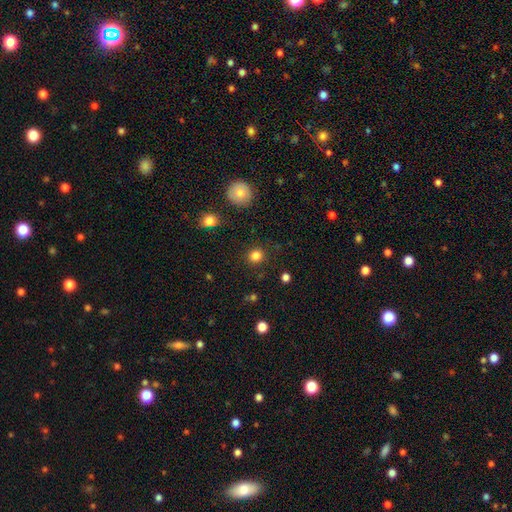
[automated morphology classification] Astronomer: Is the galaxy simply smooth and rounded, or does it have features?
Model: smooth — 83%.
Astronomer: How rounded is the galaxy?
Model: round — 90%.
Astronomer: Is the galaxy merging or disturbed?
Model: none — 90%.